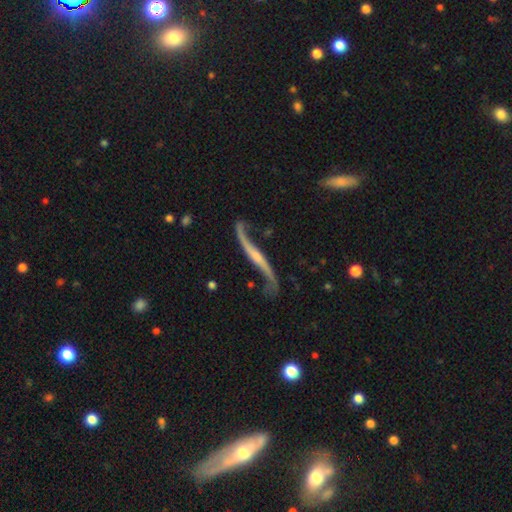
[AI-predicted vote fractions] A featured or disk galaxy (87%). Merging: none (64%).